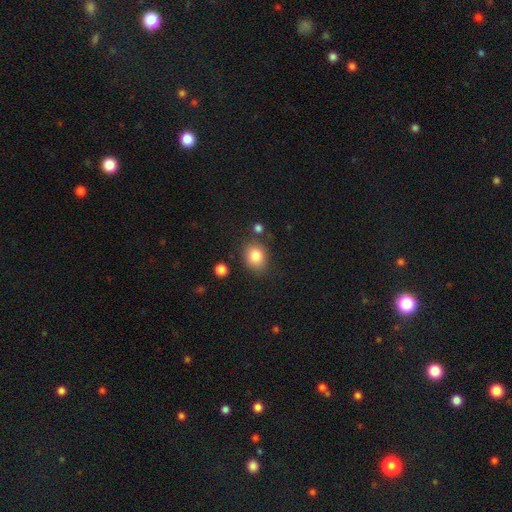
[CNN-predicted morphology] Smooth or featured?
  - smooth: 84% *
  - star or artifact: 9%
  - featured or disk: 7%
How rounded?
  - in between: 50% *
  - round: 49%
  - cigar-shaped: 1%
Merging?
  - none: 77% *
  - minor disturbance: 14%
  - merger: 5%
  - major disturbance: 4%